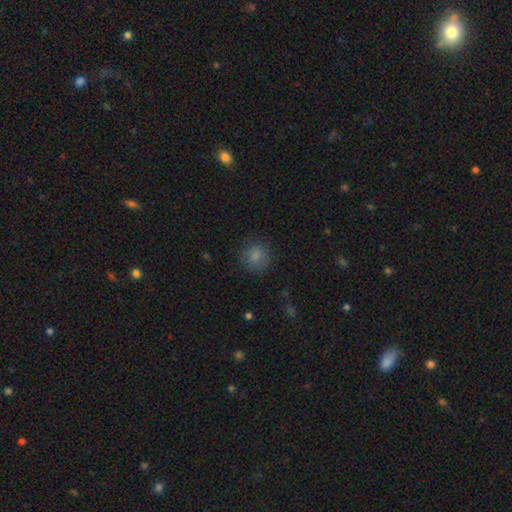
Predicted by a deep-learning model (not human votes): smooth-or-featured: smooth: 84% | star or artifact: 11% | featured or disk: 6%
  how-rounded: round: 91% | in between: 8% | cigar-shaped: 1%
  merging: none: 83% | minor disturbance: 11% | major disturbance: 4% | merger: 1%